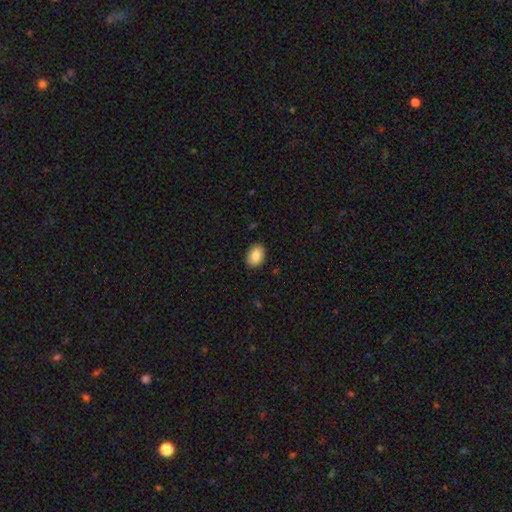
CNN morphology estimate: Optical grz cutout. It shows a smooth galaxy with no disk features (87%) that is in between round and cigar-shaped (76%). Merging: none (88%).